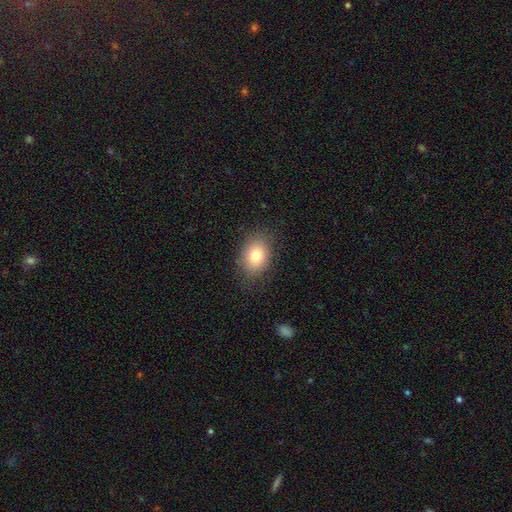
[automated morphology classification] Q: Smooth or featured?
A: smooth (79%); runner-up: featured or disk (12%)
Q: How rounded?
A: in between (75%); runner-up: round (24%)
Q: Merging?
A: none (83%); runner-up: minor disturbance (12%)